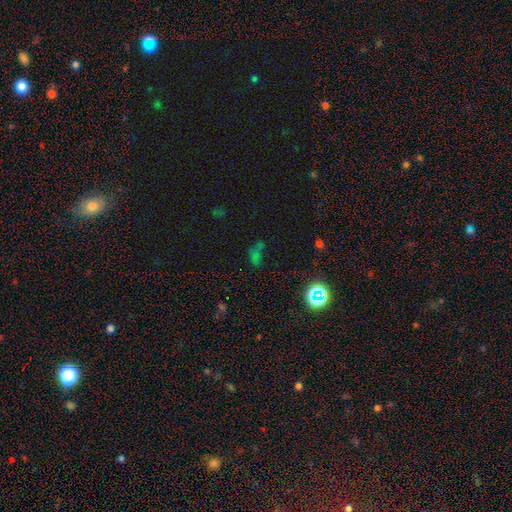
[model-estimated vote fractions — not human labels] smooth_or_featured: star or artifact (p=0.51) [alt: smooth p=0.37]